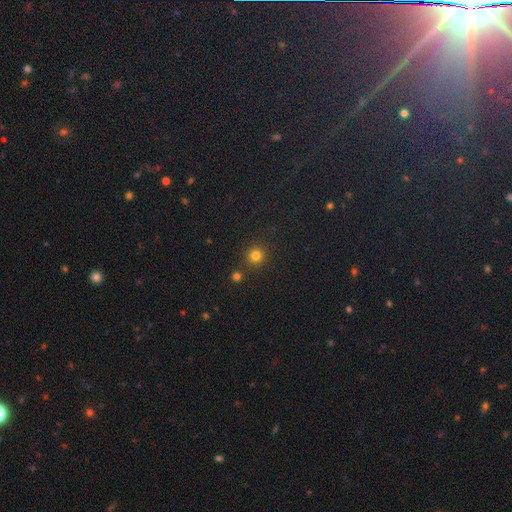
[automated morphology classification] smooth-or-featured: smooth: 80% | star or artifact: 16% | featured or disk: 4%
  how-rounded: round: 93% | in between: 6% | cigar-shaped: 1%
  merging: none: 83% | merger: 7% | minor disturbance: 7% | major disturbance: 3%